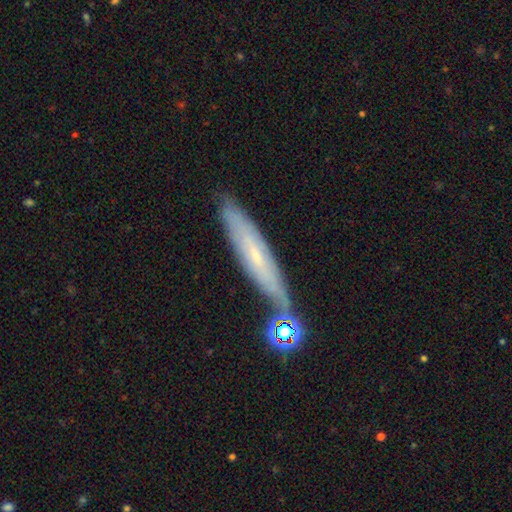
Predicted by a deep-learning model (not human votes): This appears to be a featured or disk galaxy (54%) viewed edge-on (59%). Merging: none (69%).